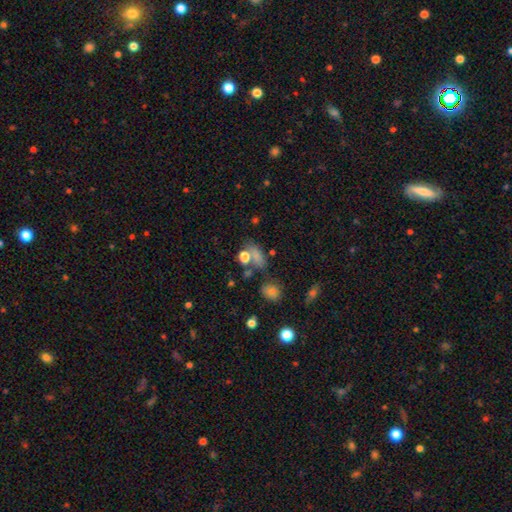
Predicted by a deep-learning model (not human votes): A smooth galaxy with no disk features (71%) that is in between round and cigar-shaped (70%). Merging: none (46%).